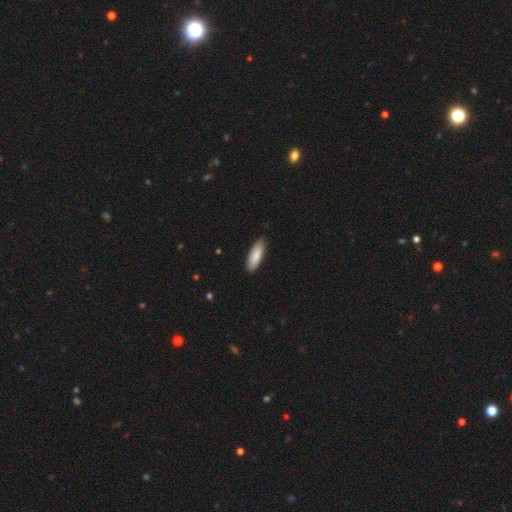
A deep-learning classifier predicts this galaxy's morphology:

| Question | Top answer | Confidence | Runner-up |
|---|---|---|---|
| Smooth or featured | smooth | 84% | featured or disk (11%) |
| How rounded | in between | 51% | cigar-shaped (47%) |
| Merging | none | 88% | minor disturbance (9%) |